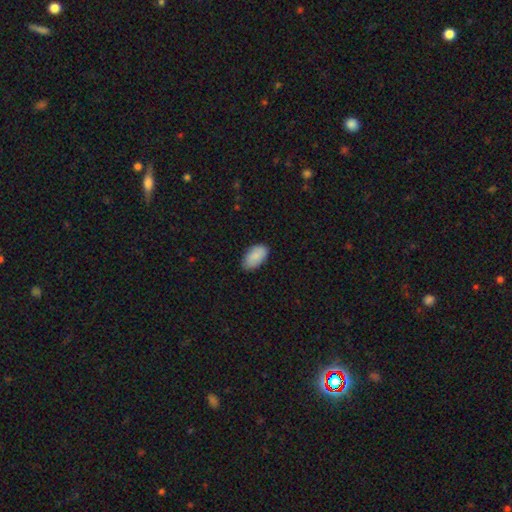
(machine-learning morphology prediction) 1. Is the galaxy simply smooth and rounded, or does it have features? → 84% smooth, 10% featured or disk, 6% star or artifact.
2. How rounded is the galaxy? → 95% in between, 4% round, 2% cigar-shaped.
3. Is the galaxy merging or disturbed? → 78% none, 19% minor disturbance, 3% major disturbance, 1% merger.